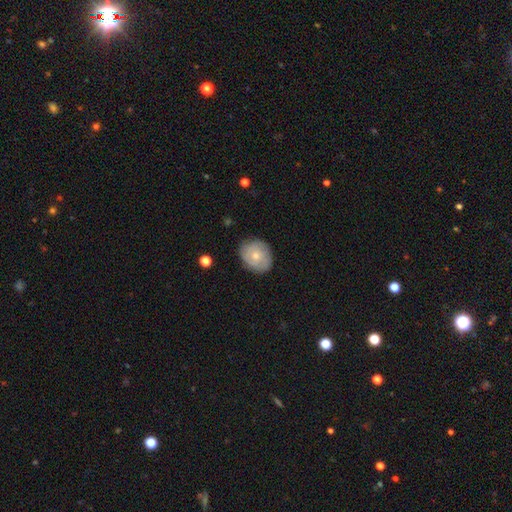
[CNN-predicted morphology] The model was most divided on "smooth or featured": smooth: 57%, featured or disk: 36%, star or artifact: 7%. More confident: merging — none (79%); how rounded — round (64%).